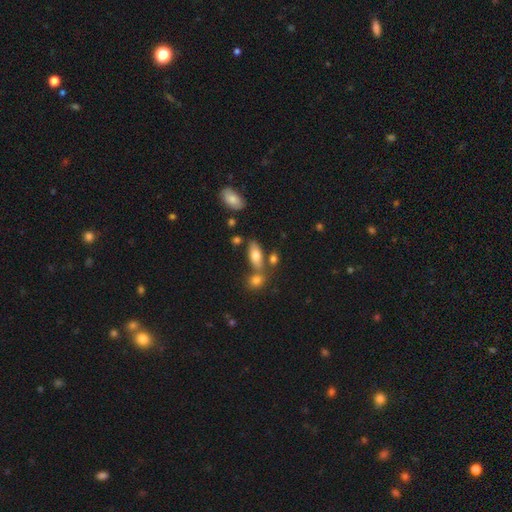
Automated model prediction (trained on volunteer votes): Morphology: type=smooth (73%); roundness=in between (79%); merging=none (62%).